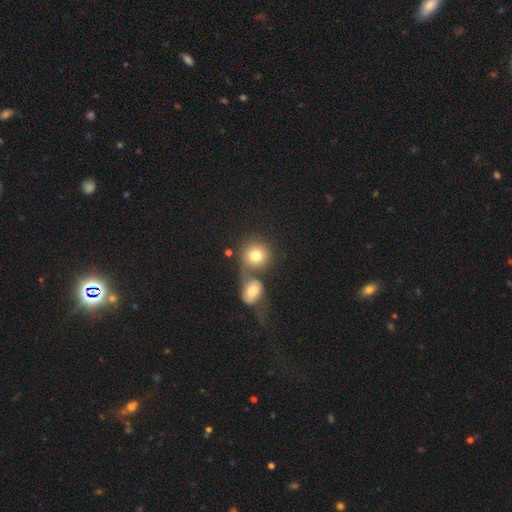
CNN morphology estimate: This appears to be a smooth galaxy with no disk features (76%) that is round (84%). Merging: merger (51%).